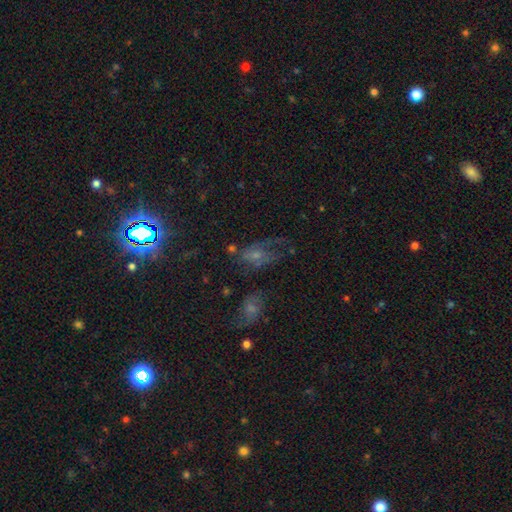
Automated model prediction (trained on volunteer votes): Morphology: type=star or artifact (38%).